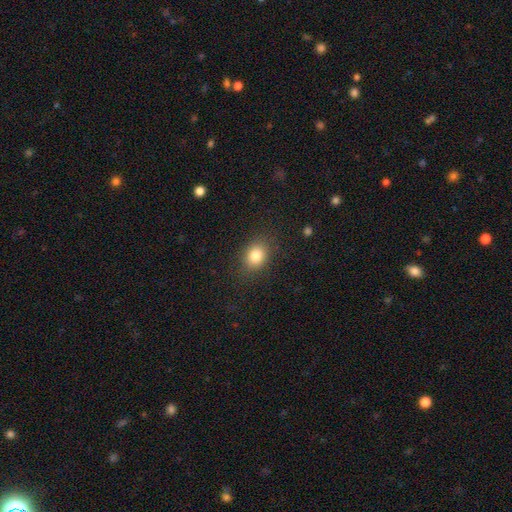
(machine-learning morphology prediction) Overall: smooth (82%). How rounded: in between (55%; round 44%). Merging: none (84%).